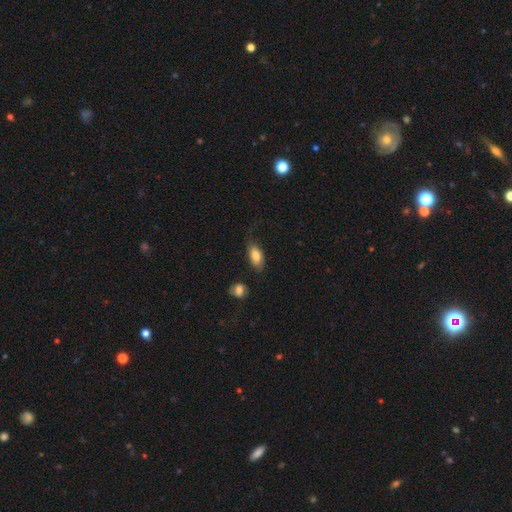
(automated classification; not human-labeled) A smooth galaxy with no disk features (80%) that is in between round and cigar-shaped (89%).

Vote fractions:
- Smooth or featured? smooth: 80% / featured or disk: 13% / star or artifact: 7%
- How rounded? in between: 89% / cigar-shaped: 7% / round: 4%
- Merging? none: 61% / minor disturbance: 25% / major disturbance: 10% / merger: 4%